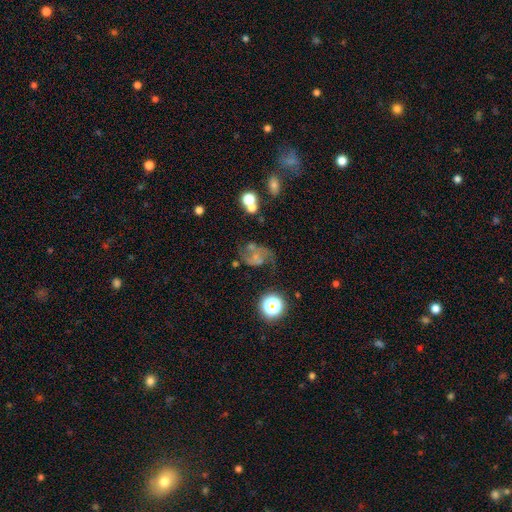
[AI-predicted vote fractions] Q: Smooth or featured?
A: featured or disk (56%); runner-up: smooth (24%)
Q: Edge-on disk?
A: no (97%); runner-up: yes (3%)
Q: Bar?
A: no (70%); runner-up: weak (24%)
Q: Spiral arms?
A: yes (73%); runner-up: no (27%)
Q: Bulge size?
A: none (45%); runner-up: small (35%)
Q: Merging?
A: none (40%); runner-up: major disturbance (28%)